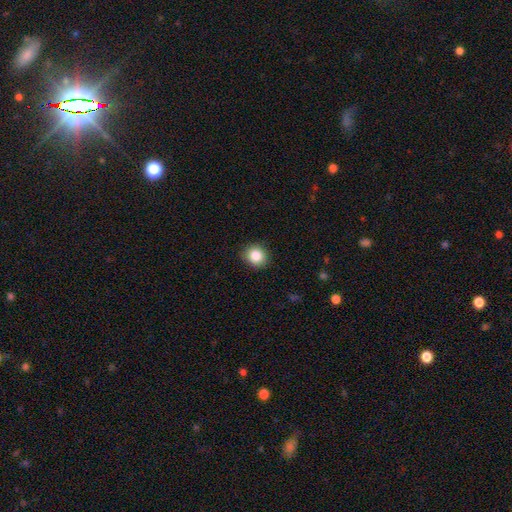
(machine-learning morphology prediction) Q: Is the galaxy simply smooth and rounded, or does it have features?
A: smooth — 85%.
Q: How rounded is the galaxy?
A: round — 84%.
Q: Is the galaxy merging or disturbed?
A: none — 91%.